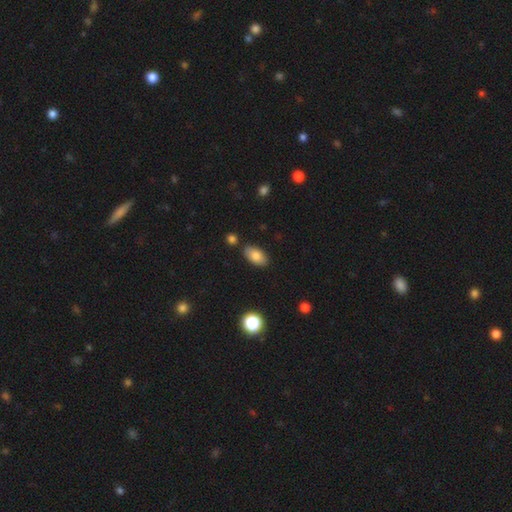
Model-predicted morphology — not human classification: smooth-or-featured: smooth: 81% | featured or disk: 11% | star or artifact: 8%
  how-rounded: in between: 93% | round: 4% | cigar-shaped: 3%
  merging: none: 81% | minor disturbance: 11% | merger: 5% | major disturbance: 2%